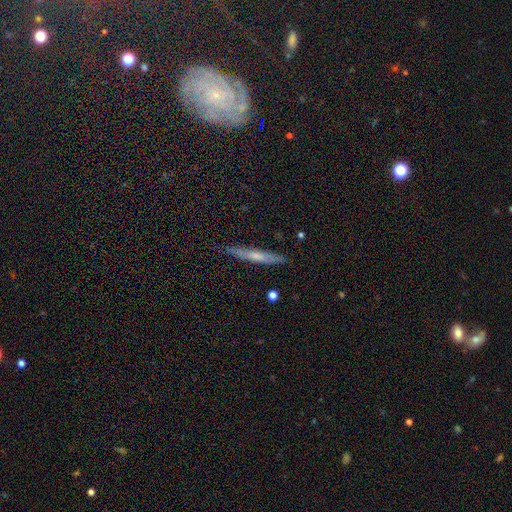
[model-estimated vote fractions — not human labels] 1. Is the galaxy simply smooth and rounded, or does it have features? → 47% smooth, 45% featured or disk, 8% star or artifact.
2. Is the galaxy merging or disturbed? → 86% none, 11% minor disturbance, 2% major disturbance, 1% merger.